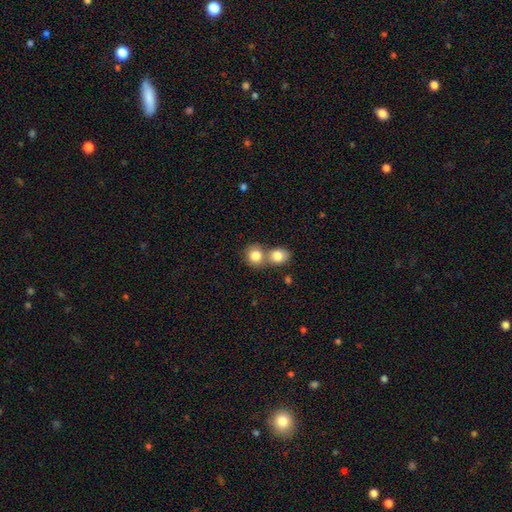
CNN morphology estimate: A smooth galaxy with no disk features (81%) that is round (80%). Merging: merger (54%).